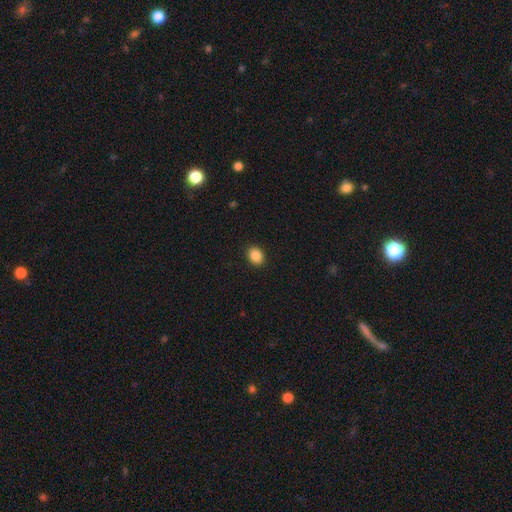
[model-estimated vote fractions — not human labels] A smooth galaxy with no disk features (87%) that is round (52%).

Vote fractions:
- Smooth or featured? smooth: 87% / star or artifact: 9% / featured or disk: 4%
- How rounded? round: 52% / in between: 47% / cigar-shaped: 1%
- Merging? none: 91% / minor disturbance: 6% / major disturbance: 2% / merger: 1%